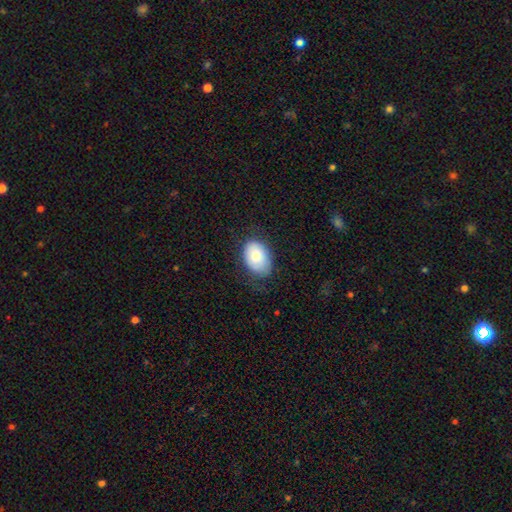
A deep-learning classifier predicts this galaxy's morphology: A smooth galaxy with no disk features (78%) that is in between round and cigar-shaped (85%).

Vote fractions:
- Smooth or featured? smooth: 78% / featured or disk: 15% / star or artifact: 7%
- How rounded? in between: 85% / round: 14% / cigar-shaped: 1%
- Merging? none: 72% / minor disturbance: 22% / major disturbance: 6% / merger: 1%